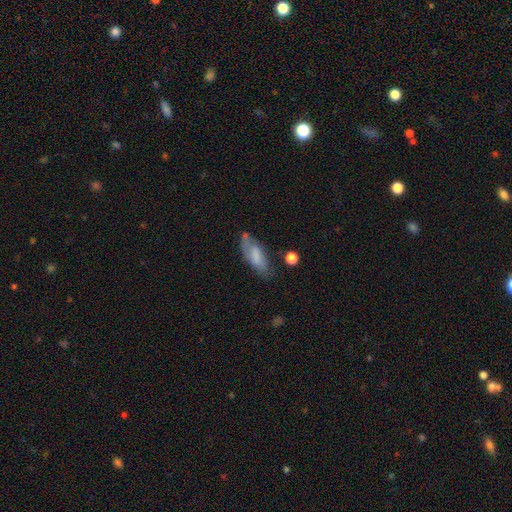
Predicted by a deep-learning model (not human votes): A smooth galaxy with no disk features (64%) that is in between round and cigar-shaped (74%).

Vote fractions:
- Smooth or featured? smooth: 64% / featured or disk: 28% / star or artifact: 8%
- How rounded? in between: 74% / cigar-shaped: 24% / round: 2%
- Merging? none: 53% / minor disturbance: 29% / major disturbance: 12% / merger: 6%